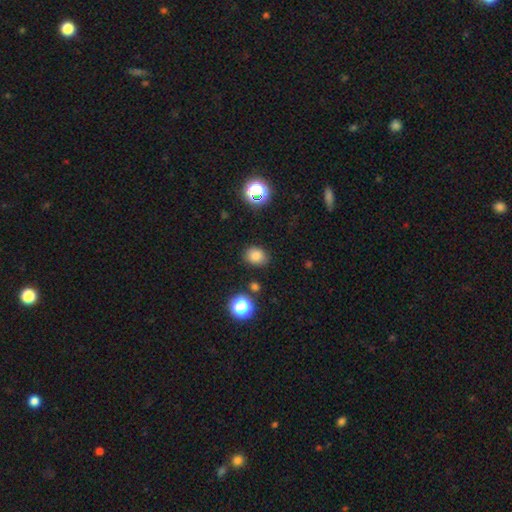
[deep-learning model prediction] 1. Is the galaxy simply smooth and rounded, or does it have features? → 81% smooth, 14% star or artifact, 5% featured or disk.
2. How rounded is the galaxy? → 53% round, 47% in between, 1% cigar-shaped.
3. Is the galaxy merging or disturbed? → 82% none, 12% minor disturbance, 3% major disturbance, 2% merger.